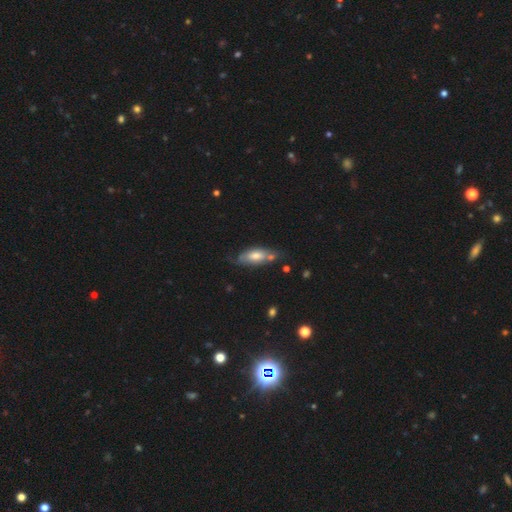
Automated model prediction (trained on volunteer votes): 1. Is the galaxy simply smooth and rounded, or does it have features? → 56% smooth, 37% featured or disk, 7% star or artifact.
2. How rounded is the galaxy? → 70% in between, 28% cigar-shaped, 2% round.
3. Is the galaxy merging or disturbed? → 53% none, 26% minor disturbance, 12% merger, 9% major disturbance.